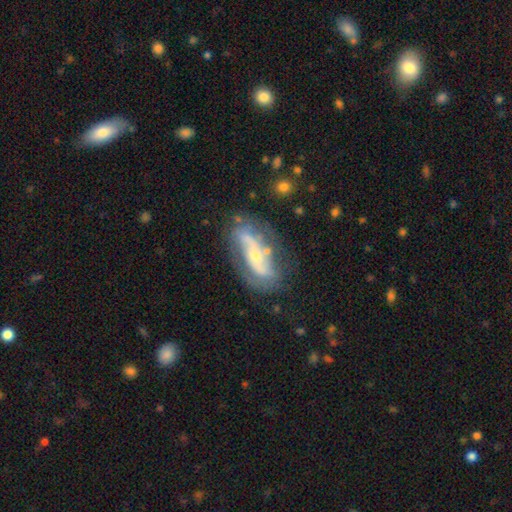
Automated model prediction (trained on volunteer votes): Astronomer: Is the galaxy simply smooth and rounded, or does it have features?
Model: featured or disk — 77%.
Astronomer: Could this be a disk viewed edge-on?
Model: no — 85%.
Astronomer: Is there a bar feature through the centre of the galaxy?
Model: no — 47% (runner-up: strong, 27%).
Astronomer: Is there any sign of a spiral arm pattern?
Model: yes — 81%.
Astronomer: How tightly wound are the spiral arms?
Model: loose — 40% (runner-up: medium, 35%).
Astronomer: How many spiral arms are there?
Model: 2 — 79%.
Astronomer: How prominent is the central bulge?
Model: small — 52% (runner-up: moderate, 43%).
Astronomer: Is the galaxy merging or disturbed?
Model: none — 69%.